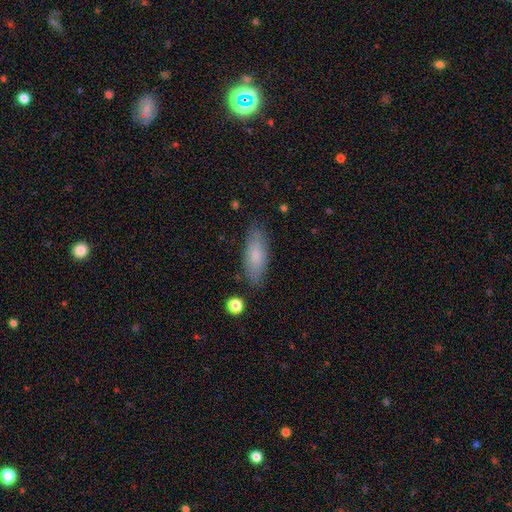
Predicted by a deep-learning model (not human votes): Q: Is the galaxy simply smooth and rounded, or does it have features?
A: smooth — 76%.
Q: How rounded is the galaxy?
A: in between — 66%.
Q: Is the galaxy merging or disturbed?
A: none — 82%.